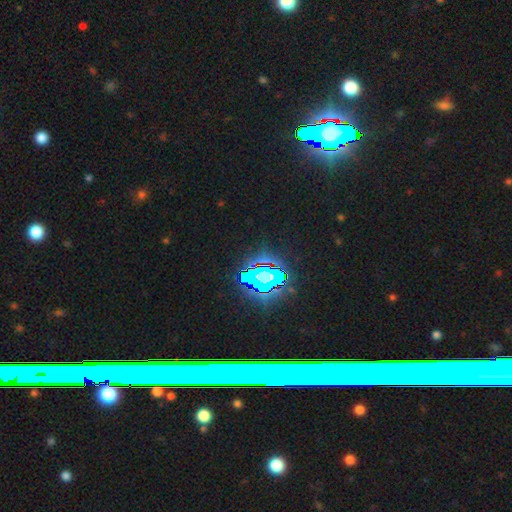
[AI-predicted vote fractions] A star or artifact, not a galaxy (73%).